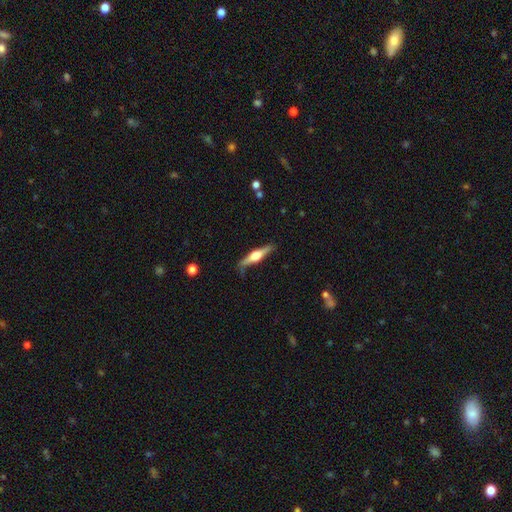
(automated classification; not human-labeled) Smooth or featured?
  - featured or disk: 65% *
  - smooth: 30%
  - star or artifact: 5%
Edge-on disk?
  - yes: 97% *
  - no: 3%
Edge-on bulge?
  - rounded: 89% *
  - boxy: 8%
  - none: 3%
Merging?
  - none: 83% *
  - minor disturbance: 13%
  - major disturbance: 3%
  - merger: 2%